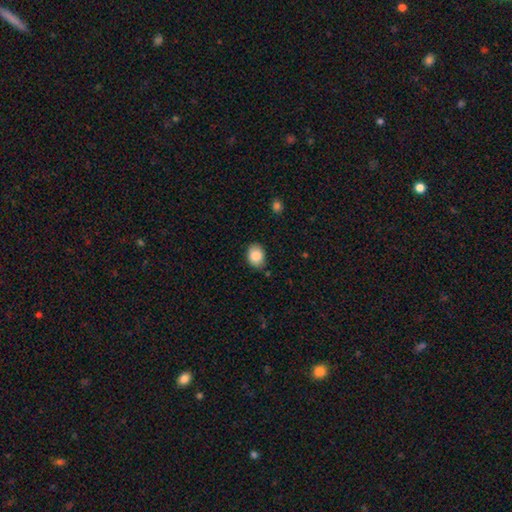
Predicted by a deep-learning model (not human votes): Morphology: type=smooth (86%); roundness=in between (64%); merging=none (79%).